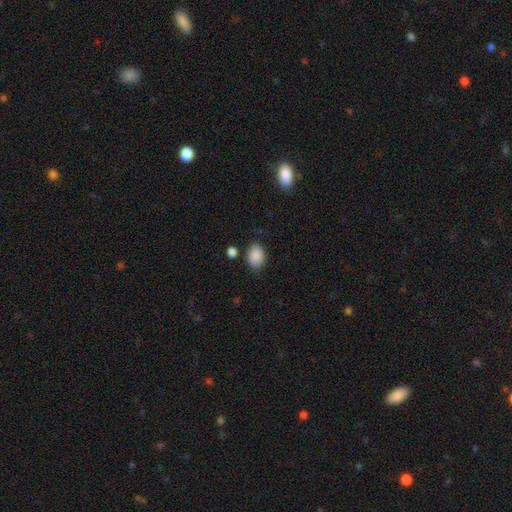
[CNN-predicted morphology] A smooth galaxy with no disk features (89%) that is in between round and cigar-shaped (74%).

Vote fractions:
- Smooth or featured? smooth: 89% / star or artifact: 8% / featured or disk: 4%
- How rounded? in between: 74% / round: 25% / cigar-shaped: 1%
- Merging? none: 82% / minor disturbance: 12% / merger: 3% / major disturbance: 3%